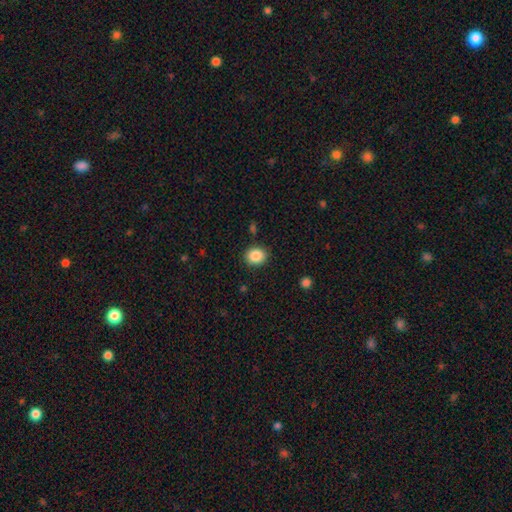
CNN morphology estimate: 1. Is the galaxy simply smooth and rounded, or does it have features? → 88% smooth, 9% star or artifact, 4% featured or disk.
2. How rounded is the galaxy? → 70% round, 29% in between, 1% cigar-shaped.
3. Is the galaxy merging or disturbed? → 87% none, 8% minor disturbance, 3% major disturbance, 2% merger.